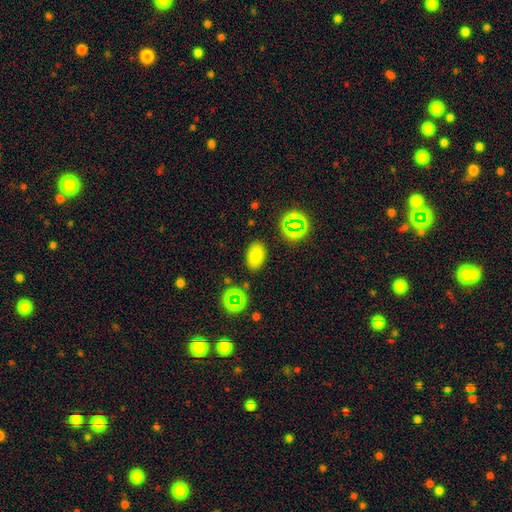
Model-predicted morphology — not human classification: Smooth or featured?
  - smooth: 78% *
  - star or artifact: 16%
  - featured or disk: 5%
How rounded?
  - in between: 90% *
  - round: 9%
  - cigar-shaped: 1%
Merging?
  - none: 84% *
  - minor disturbance: 10%
  - major disturbance: 3%
  - merger: 2%